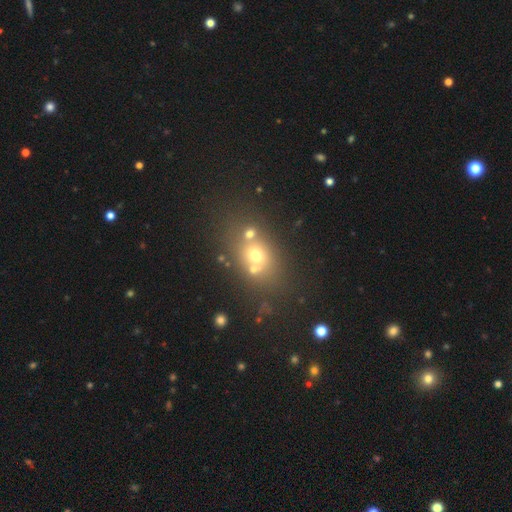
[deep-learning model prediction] The model was most divided on "how rounded" (2-way tie): in between: 49%, round: 49%, cigar-shaped: 2%. More confident: smooth or featured — smooth (56%); merging — none (55%).